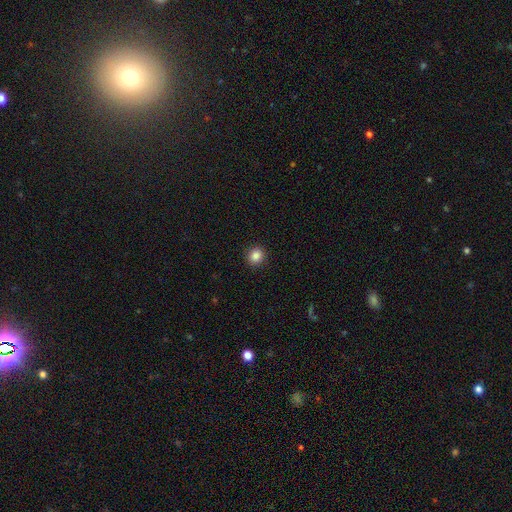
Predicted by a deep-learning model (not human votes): A smooth galaxy with no disk features (86%) that is round (87%). Merging: none (92%).